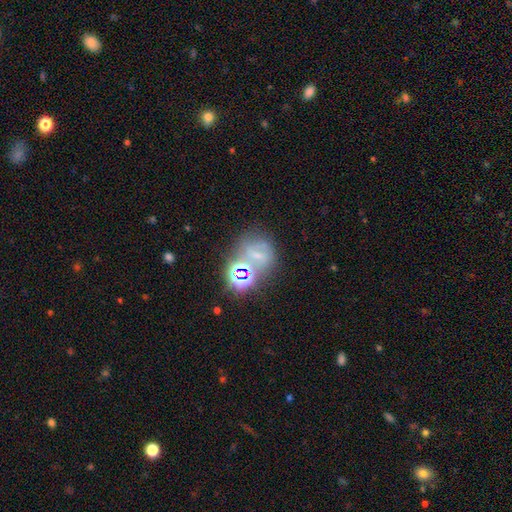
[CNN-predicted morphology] A star or artifact, not a galaxy (40%).

Vote fractions:
- Smooth or featured? star or artifact: 40% / smooth: 30% / featured or disk: 30%